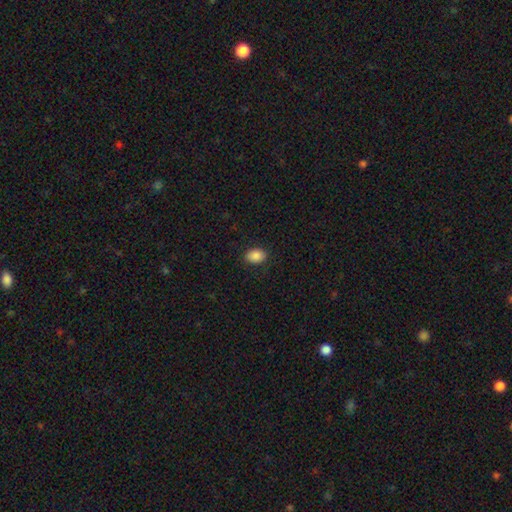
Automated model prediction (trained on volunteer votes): The model was most divided on "how rounded": in between: 77%, round: 22%, cigar-shaped: 1%. More confident: smooth or featured — smooth (87%); merging — none (87%).